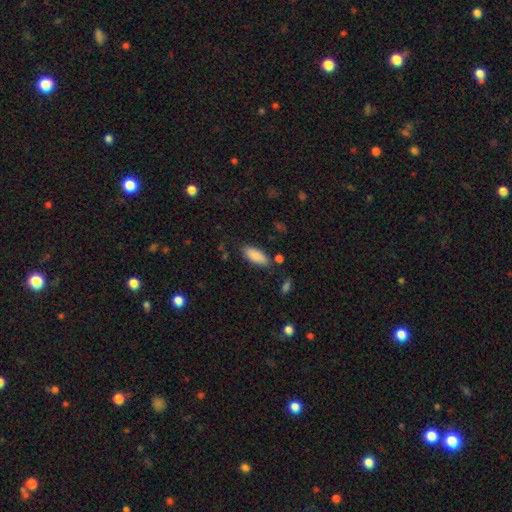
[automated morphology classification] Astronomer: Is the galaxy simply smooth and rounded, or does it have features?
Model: smooth — 86%.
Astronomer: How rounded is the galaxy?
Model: in between — 83%.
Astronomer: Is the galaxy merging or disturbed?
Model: none — 77%.